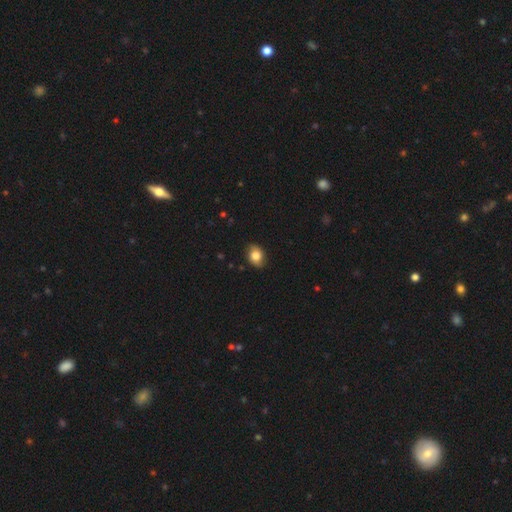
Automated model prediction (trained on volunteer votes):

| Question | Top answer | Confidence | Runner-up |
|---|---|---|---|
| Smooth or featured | smooth | 75% | featured or disk (17%) |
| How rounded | in between | 65% | round (33%) |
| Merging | none | 82% | minor disturbance (14%) |